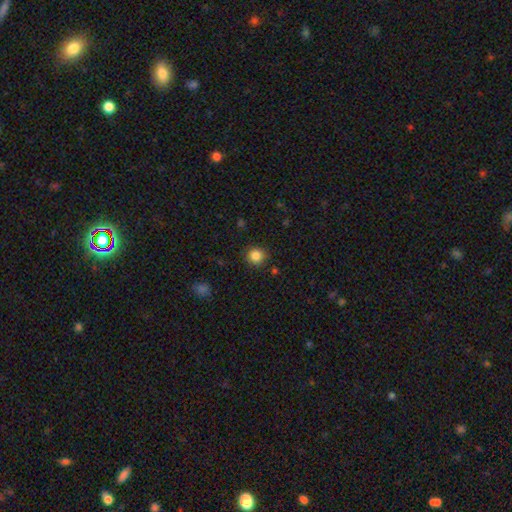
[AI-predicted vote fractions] smooth 85%, star or artifact 11%, featured or disk 4%. Down the decision tree: how rounded — round (92%); merging — none (89%).